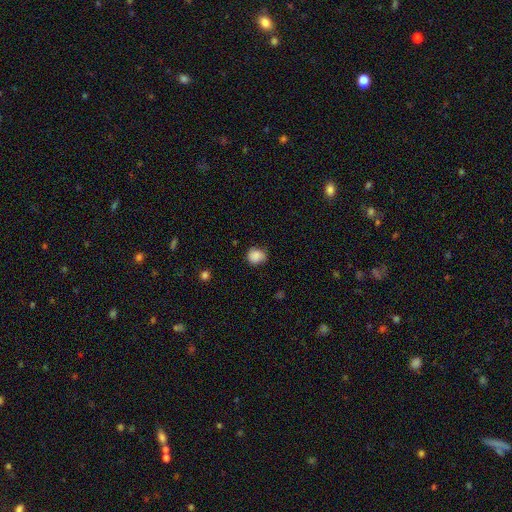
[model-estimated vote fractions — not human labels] Smooth or featured?
  - smooth: 86% *
  - star or artifact: 9%
  - featured or disk: 5%
How rounded?
  - round: 78% *
  - in between: 21%
  - cigar-shaped: 1%
Merging?
  - none: 69% *
  - minor disturbance: 25%
  - major disturbance: 5%
  - merger: 2%